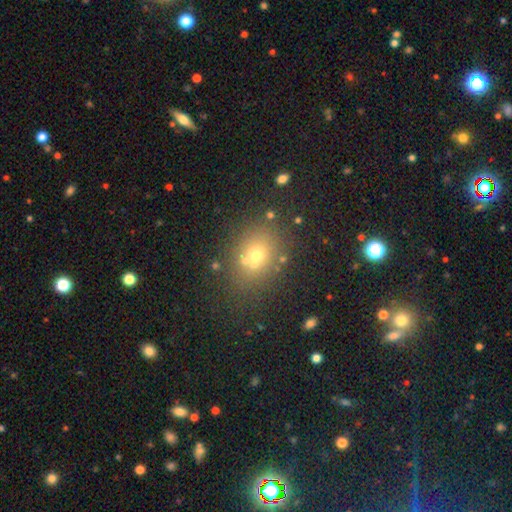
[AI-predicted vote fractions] A smooth galaxy with no disk features (59%) that is round (61%).

Vote fractions:
- Smooth or featured? smooth: 59% / star or artifact: 21% / featured or disk: 20%
- How rounded? round: 61% / in between: 38% / cigar-shaped: 1%
- Merging? none: 63% / merger: 21% / minor disturbance: 11% / major disturbance: 5%